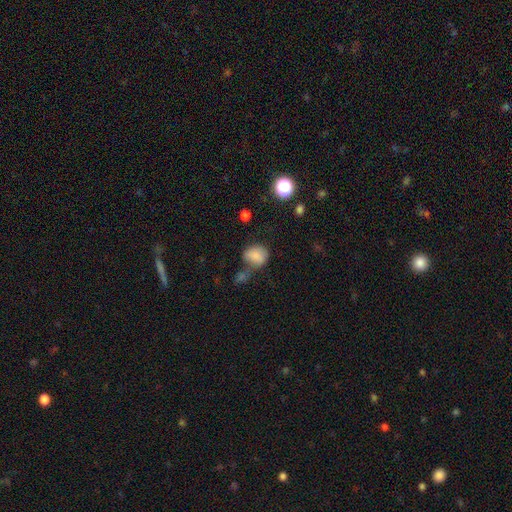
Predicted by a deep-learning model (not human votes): Morphology: type=smooth (79%); roundness=in between (51%); merging=none (43%).